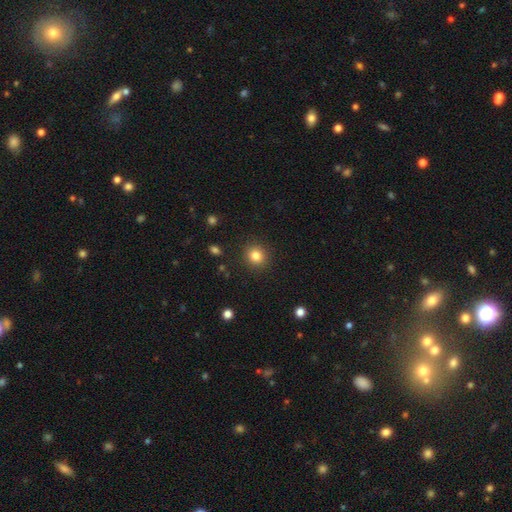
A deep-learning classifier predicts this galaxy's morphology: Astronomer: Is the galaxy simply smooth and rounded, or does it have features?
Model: smooth — 83%.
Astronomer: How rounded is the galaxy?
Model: round — 88%.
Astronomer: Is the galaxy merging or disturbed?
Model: none — 90%.